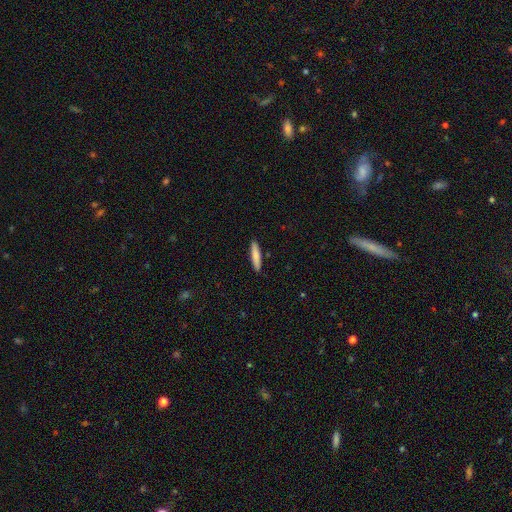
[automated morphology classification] type=smooth (81%); roundness=cigar-shaped (89%); merging=none (91%).